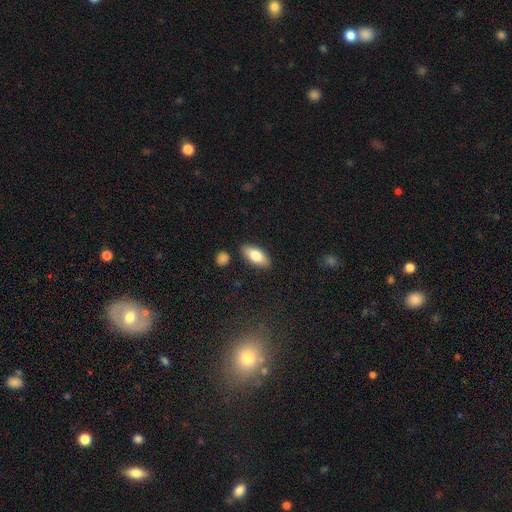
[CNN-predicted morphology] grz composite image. It shows a smooth galaxy with no disk features (76%) that is in between round and cigar-shaped (84%). Merging: none (86%).